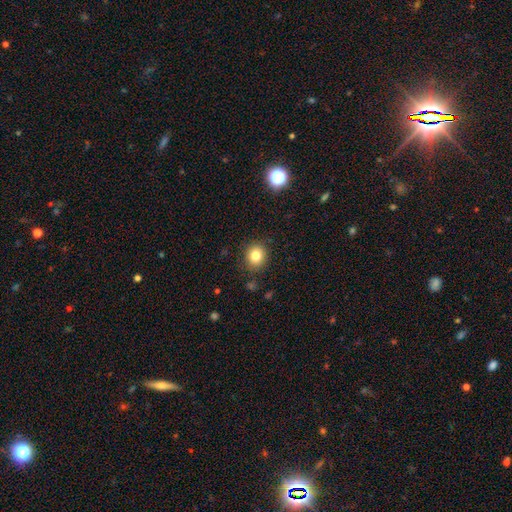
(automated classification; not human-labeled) This is clearly a smooth galaxy (81%). How rounded: clearly round (80%). Merging: clearly none (87%).